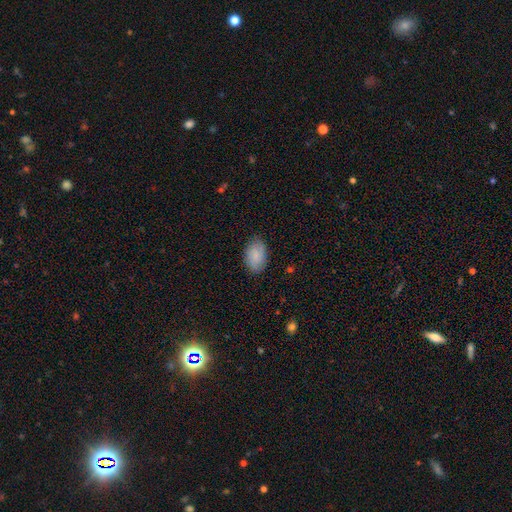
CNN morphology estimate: smooth-or-featured: smooth: 81% | featured or disk: 12% | star or artifact: 7%
  how-rounded: in between: 89% | round: 10% | cigar-shaped: 1%
  merging: none: 84% | minor disturbance: 12% | major disturbance: 3% | merger: 1%